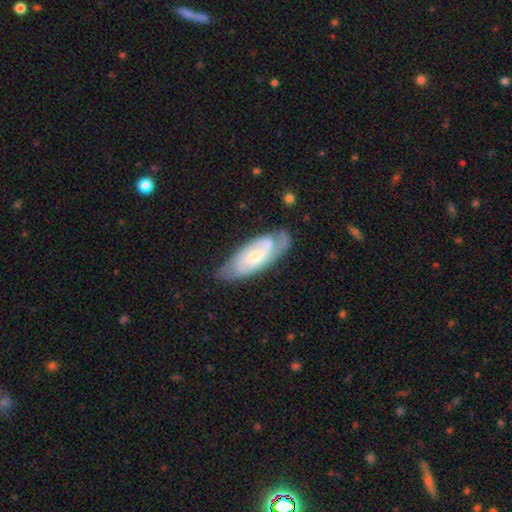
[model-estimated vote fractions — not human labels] Q: Smooth or featured?
A: featured or disk (71%); runner-up: smooth (24%)
Q: Edge-on disk?
A: no (90%); runner-up: yes (10%)
Q: Bar?
A: no (53%); runner-up: weak (37%)
Q: Spiral arms?
A: yes (88%); runner-up: no (12%)
Q: Spiral winding?
A: tight (56%); runner-up: medium (35%)
Q: Spiral arm count?
A: 2 (52%); runner-up: can't tell (28%)
Q: Bulge size?
A: small (48%); runner-up: moderate (43%)
Q: Merging?
A: none (68%); runner-up: minor disturbance (23%)